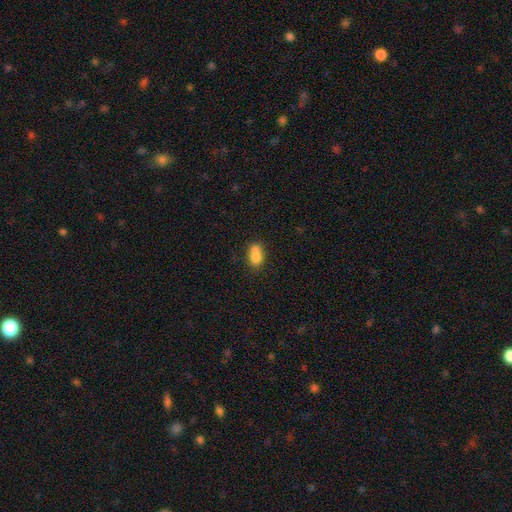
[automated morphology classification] Smooth or featured? Predicted: smooth (p=0.73). How rounded? Predicted: in between (p=0.63). Merging? Predicted: merger (p=0.50).